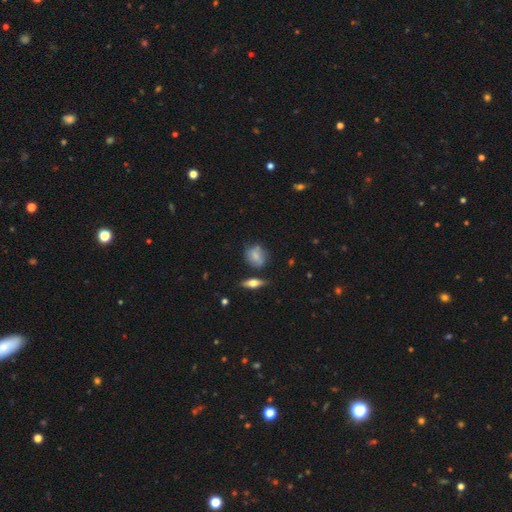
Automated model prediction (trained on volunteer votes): Smooth or featured? Predicted: smooth (p=0.71). How rounded? Predicted: in between (p=0.49). Merging? Predicted: none (p=0.64).